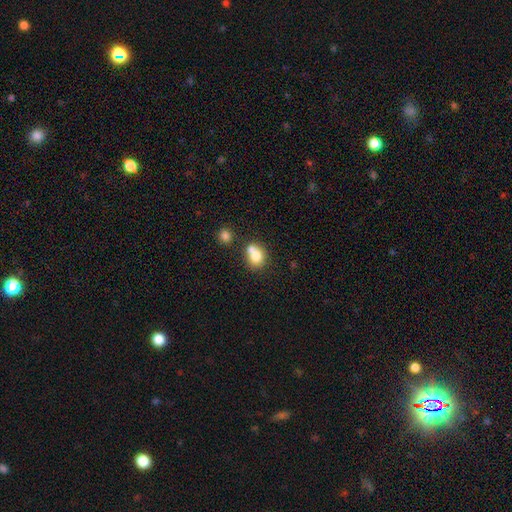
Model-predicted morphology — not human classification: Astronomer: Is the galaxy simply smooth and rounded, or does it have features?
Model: smooth — 76%.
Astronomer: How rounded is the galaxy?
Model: round — 69%.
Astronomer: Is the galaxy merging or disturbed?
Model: merger — 46% (runner-up: none, 42%).